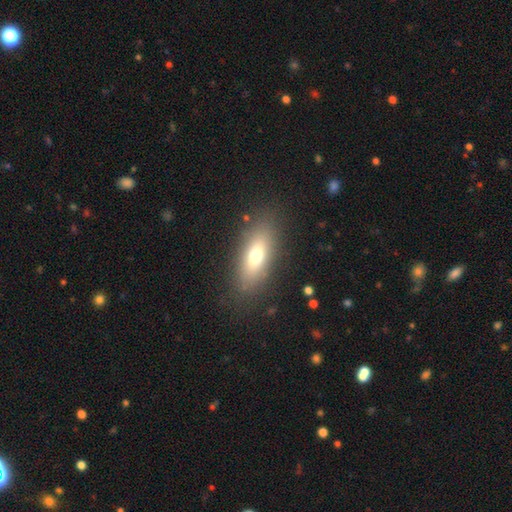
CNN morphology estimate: This is likely a smooth galaxy (69%). How rounded: likely in between (73%). Merging: clearly none (84%).